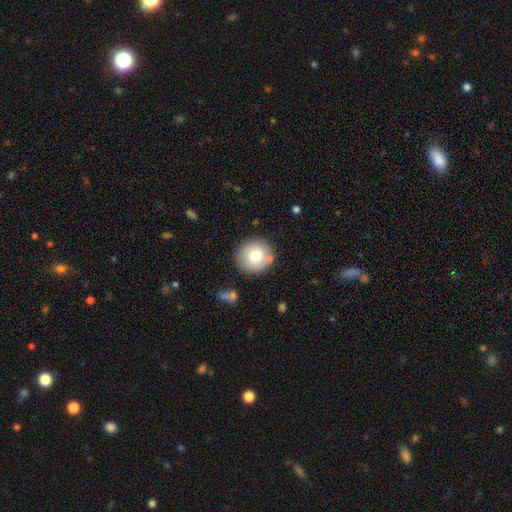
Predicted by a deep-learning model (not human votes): smooth 74%, featured or disk 17%, star or artifact 9%. Down the decision tree: how rounded — round (88%); merging — none (82%).